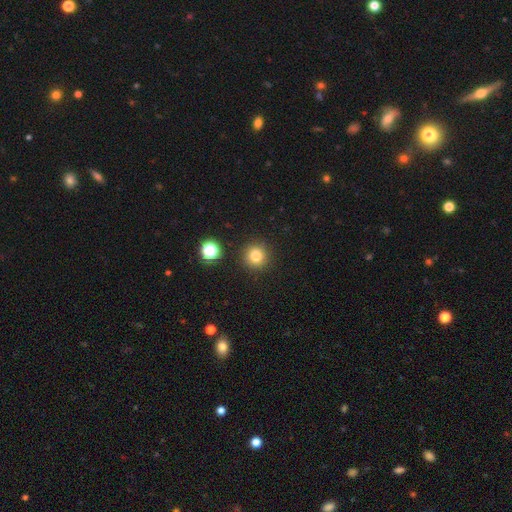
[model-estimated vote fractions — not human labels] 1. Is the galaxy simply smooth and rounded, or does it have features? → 81% smooth, 13% star or artifact, 6% featured or disk.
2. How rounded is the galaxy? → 93% round, 6% in between, 1% cigar-shaped.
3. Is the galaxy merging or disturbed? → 89% none, 6% minor disturbance, 3% merger, 2% major disturbance.